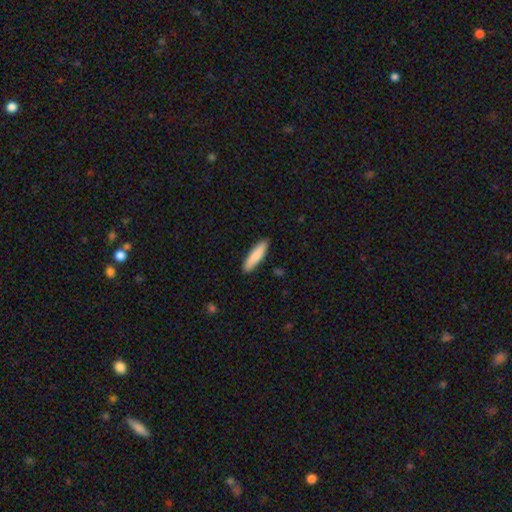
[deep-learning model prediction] Smooth or featured: smooth — 85% (featured or disk — 10%)
How rounded: cigar-shaped — 76% (in between — 23%)
Merging: none — 89% (minor disturbance — 8%)